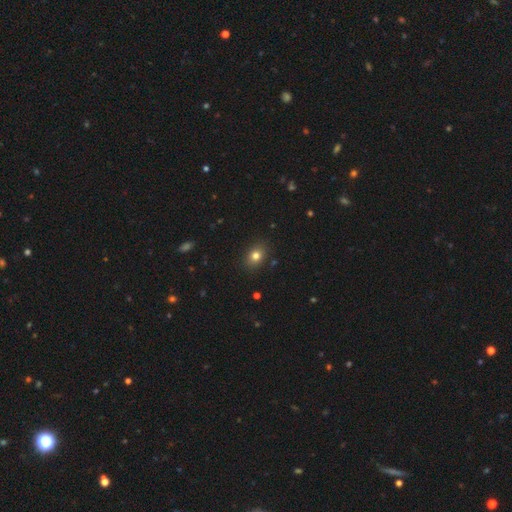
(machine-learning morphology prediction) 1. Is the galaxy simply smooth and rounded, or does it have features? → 79% smooth, 13% star or artifact, 8% featured or disk.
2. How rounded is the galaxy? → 60% in between, 39% round, 1% cigar-shaped.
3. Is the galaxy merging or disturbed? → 87% none, 9% minor disturbance, 2% major disturbance, 1% merger.